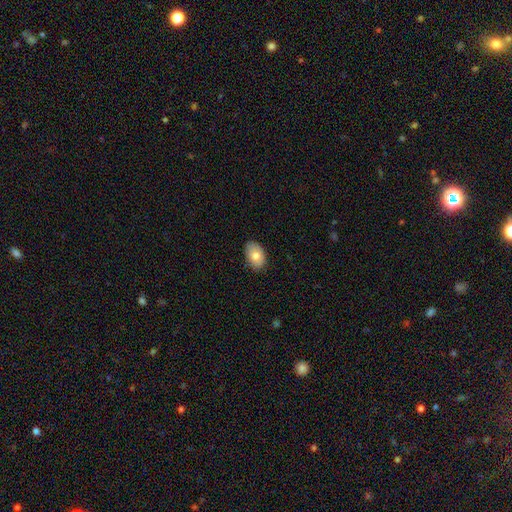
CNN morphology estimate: smooth 77%, featured or disk 16%, star or artifact 7%. Down the decision tree: how rounded — in between (89%); merging — none (85%).